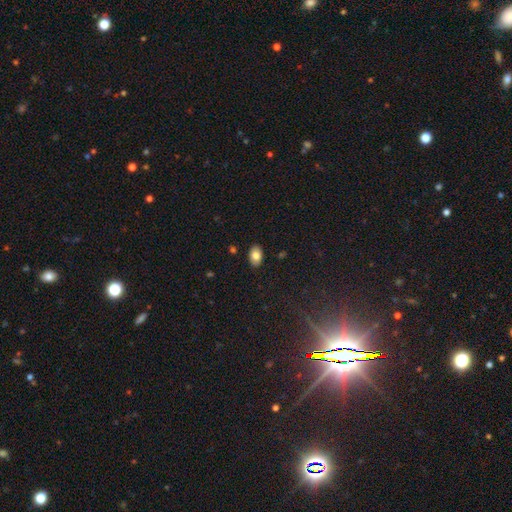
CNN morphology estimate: Smooth or featured?
  - smooth: 81% *
  - featured or disk: 11%
  - star or artifact: 8%
How rounded?
  - in between: 89% *
  - round: 9%
  - cigar-shaped: 1%
Merging?
  - none: 88% *
  - minor disturbance: 9%
  - major disturbance: 2%
  - merger: 1%